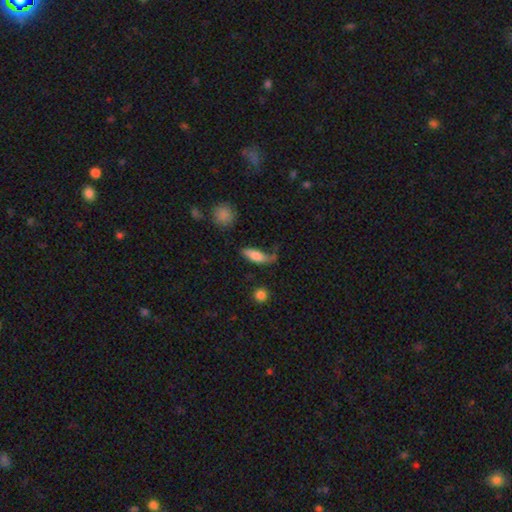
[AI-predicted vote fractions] This appears to be a smooth galaxy with no disk features (77%) that is in between round and cigar-shaped (66%). Merging: none (49%).